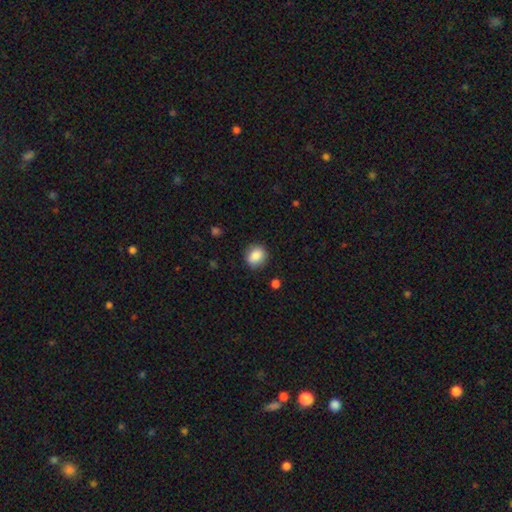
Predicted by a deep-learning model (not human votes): smooth_or_featured: smooth (p=0.86) [alt: star or artifact p=0.08]
how_rounded: round (p=0.73) [alt: in between p=0.26]
merging: none (p=0.87) [alt: minor disturbance p=0.09]